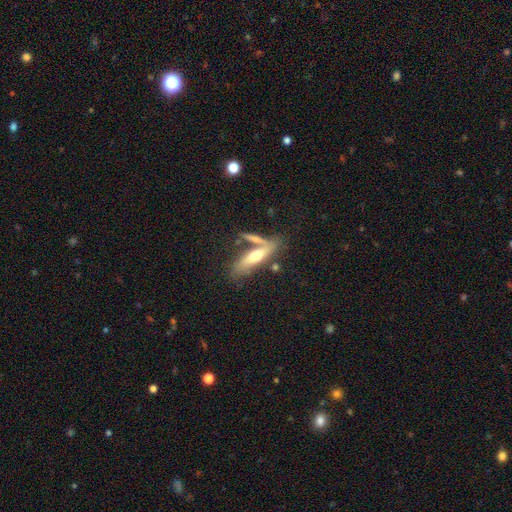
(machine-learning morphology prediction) Overall: smooth (52%; featured or disk 42%). How rounded: cigar-shaped (63%; in between 35%). Merging: none (52%; merger 28%).